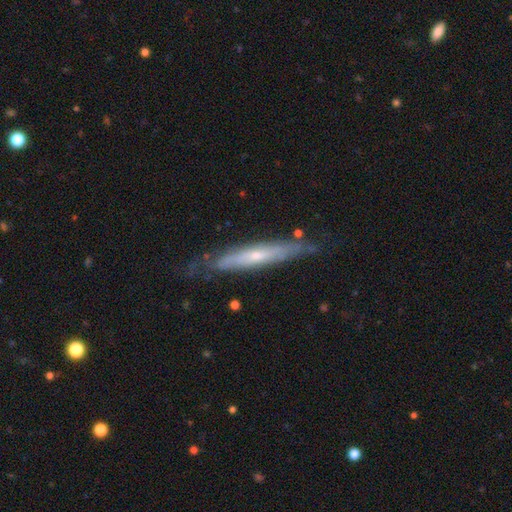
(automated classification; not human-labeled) This is likely a featured or disk galaxy (66%). It is likely viewed edge-on (73%). Merging: likely none (70%).